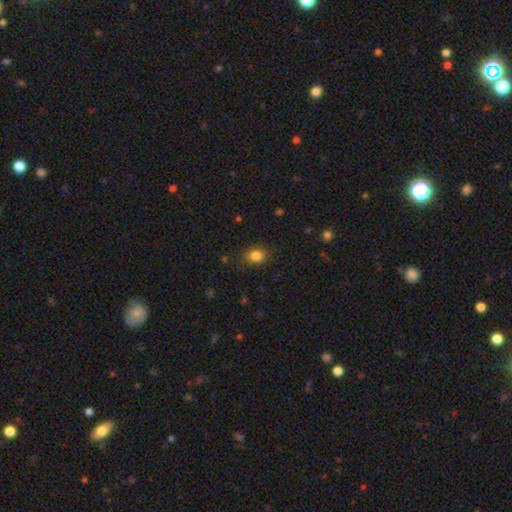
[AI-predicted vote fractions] Overall: smooth (83%). How rounded: in between (59%; round 40%). Merging: none (82%).